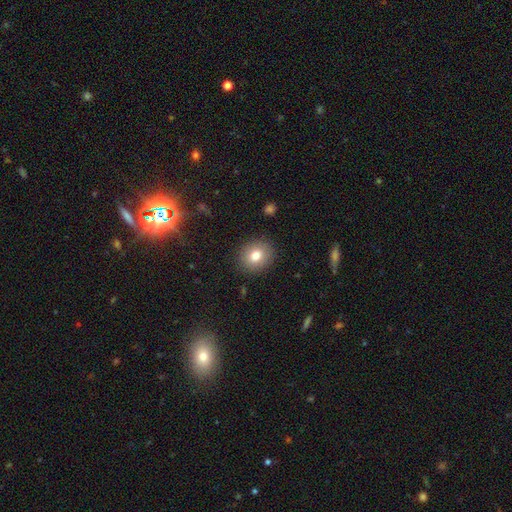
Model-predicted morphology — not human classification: smooth 79%, featured or disk 11%, star or artifact 10%. Down the decision tree: how rounded — round (71%); merging — none (89%).